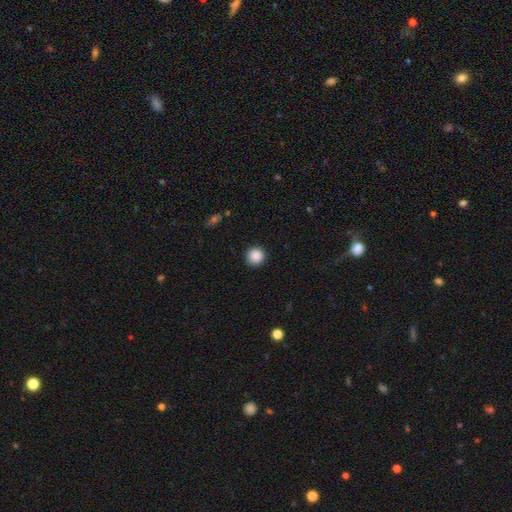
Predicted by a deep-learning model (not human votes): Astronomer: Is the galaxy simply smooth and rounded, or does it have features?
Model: smooth — 88%.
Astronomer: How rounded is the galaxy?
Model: round — 95%.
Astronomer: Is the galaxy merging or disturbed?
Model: none — 92%.